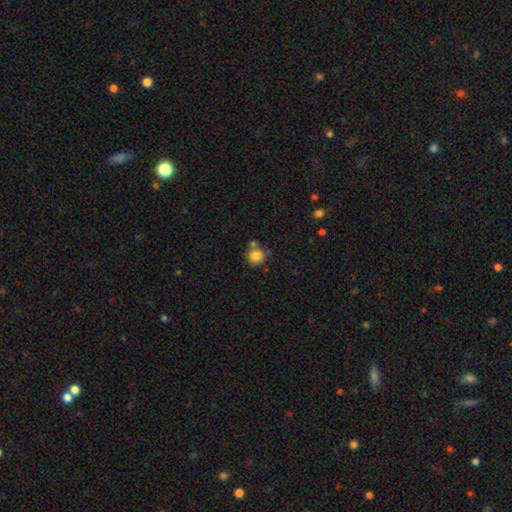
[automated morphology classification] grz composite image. It shows a smooth galaxy with no disk features (84%) that is round (90%). Merging: none (70%).